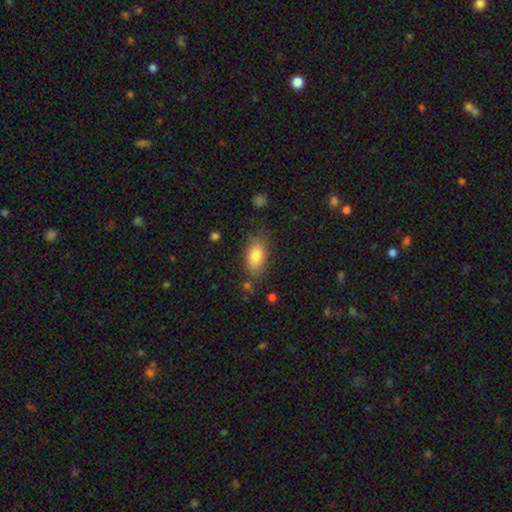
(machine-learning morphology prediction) A smooth galaxy with no disk features (81%) that is in between round and cigar-shaped (87%). Merging: none (77%).